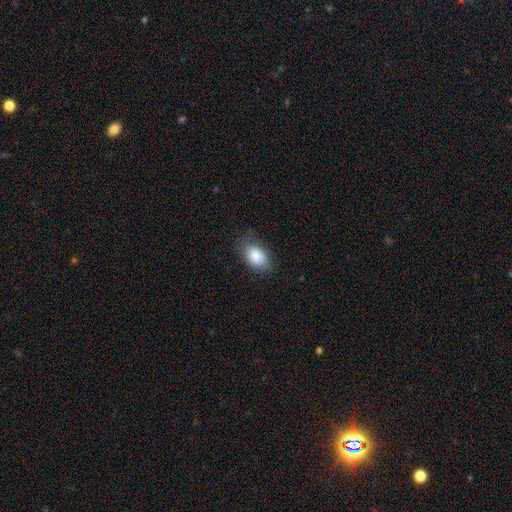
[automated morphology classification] Smooth or featured? smooth (85%)
How rounded? in between (88%)
Merging? none (68%)